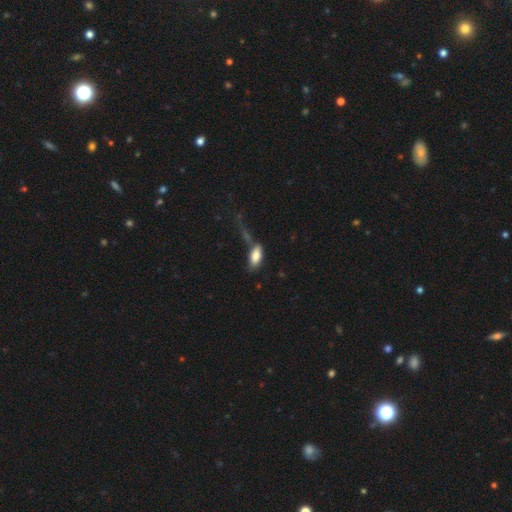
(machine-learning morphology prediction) Smooth or featured?
  - smooth: 79% *
  - featured or disk: 14%
  - star or artifact: 7%
How rounded?
  - in between: 87% *
  - cigar-shaped: 10%
  - round: 3%
Merging?
  - none: 38% *
  - major disturbance: 23%
  - minor disturbance: 22%
  - merger: 17%